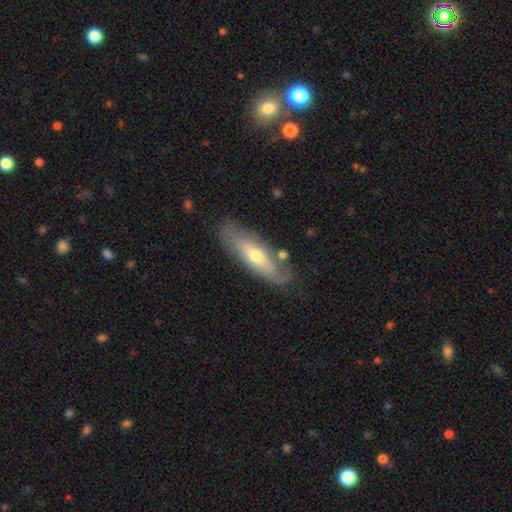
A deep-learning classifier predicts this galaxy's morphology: Smooth or featured? featured or disk (48%)
Merging? none (71%)